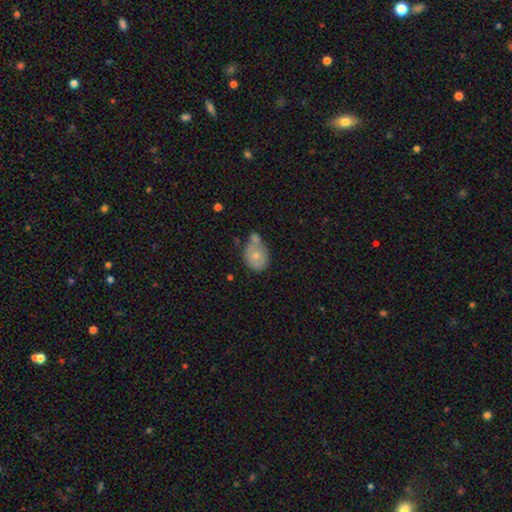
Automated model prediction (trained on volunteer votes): Smooth or featured? smooth (66%)
How rounded? round (55%)
Merging? merger (41%)